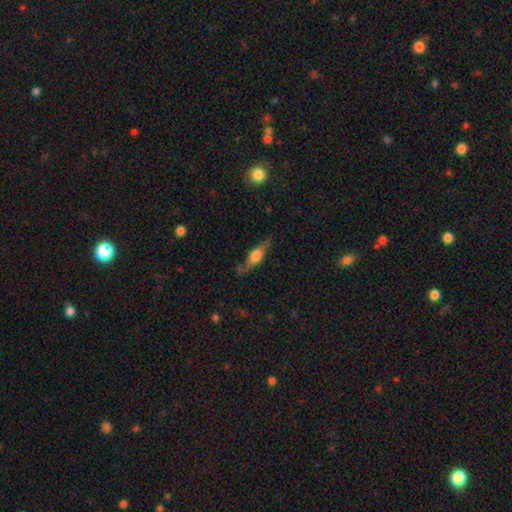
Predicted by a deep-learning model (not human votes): A featured or disk galaxy (49%).

Vote fractions:
- Smooth or featured? featured or disk: 49% / smooth: 45% / star or artifact: 7%
- Merging? none: 71% / minor disturbance: 21% / major disturbance: 6% / merger: 2%